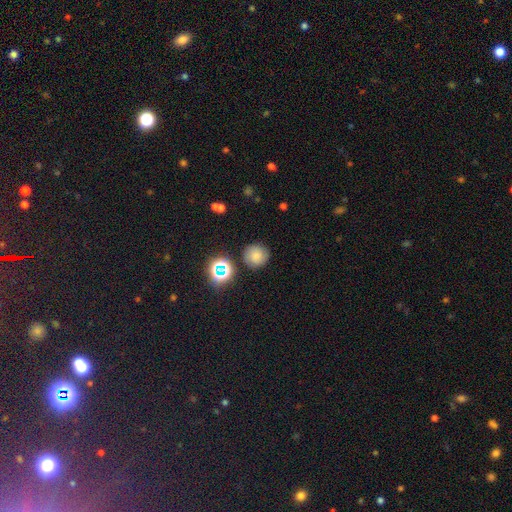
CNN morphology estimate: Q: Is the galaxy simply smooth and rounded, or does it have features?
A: smooth — 72%.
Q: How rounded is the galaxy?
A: round — 93%.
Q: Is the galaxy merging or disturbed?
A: none — 83%.